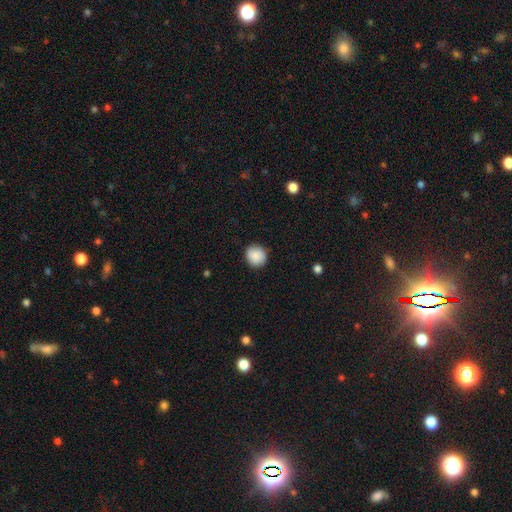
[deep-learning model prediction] This appears to be a smooth galaxy with no disk features (88%) that is round (88%). Merging: none (89%).